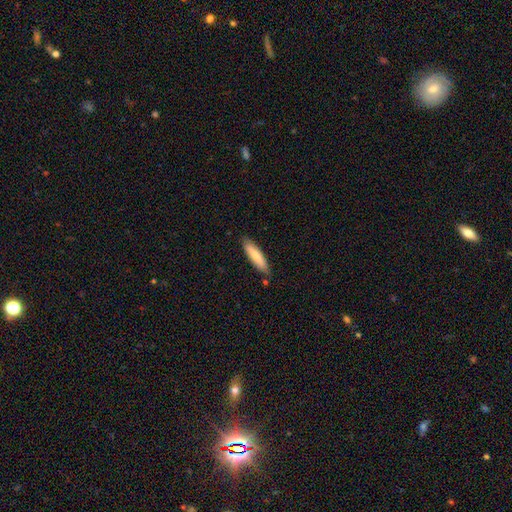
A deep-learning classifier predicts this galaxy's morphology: Q: Smooth or featured?
A: smooth (75%); runner-up: featured or disk (20%)
Q: How rounded?
A: cigar-shaped (77%); runner-up: in between (22%)
Q: Merging?
A: none (84%); runner-up: minor disturbance (12%)